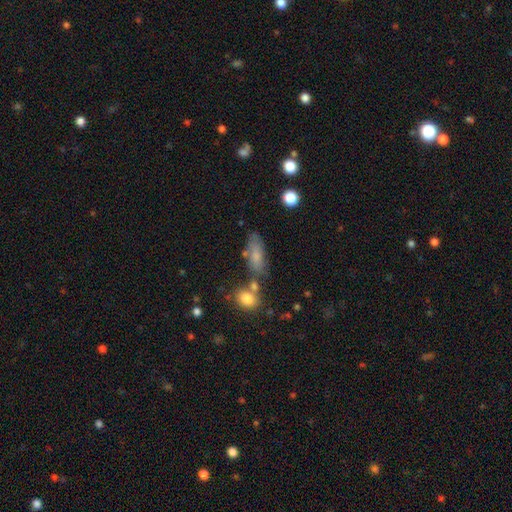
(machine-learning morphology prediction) The model was most divided on "merging": none: 59%, minor disturbance: 20%, merger: 14%, major disturbance: 7%. More confident: smooth or featured — smooth (73%); how rounded — in between (70%).